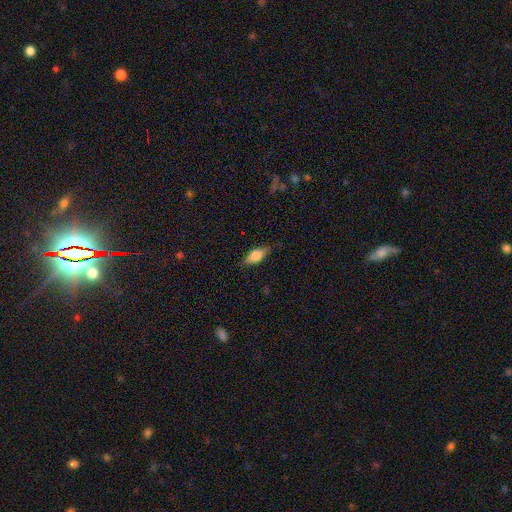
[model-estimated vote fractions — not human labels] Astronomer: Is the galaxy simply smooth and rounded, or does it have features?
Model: smooth — 62%.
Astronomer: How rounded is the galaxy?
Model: in between — 78%.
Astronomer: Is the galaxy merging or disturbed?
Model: none — 79%.